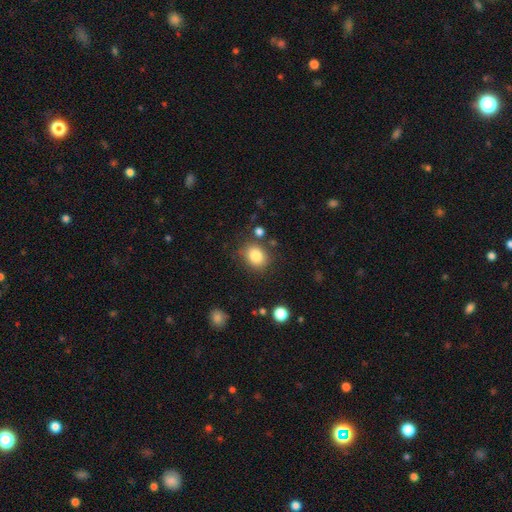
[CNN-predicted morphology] The model was most divided on "how rounded": round: 57%, in between: 42%, cigar-shaped: 1%. More confident: smooth or featured — smooth (84%); merging — none (79%).